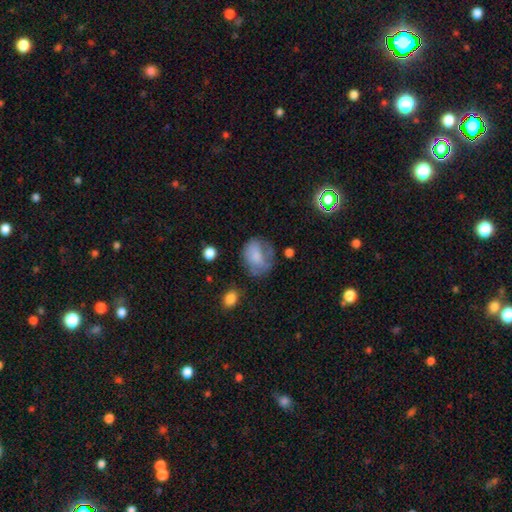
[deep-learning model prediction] Smooth or featured? smooth (67%)
How rounded? in between (58%)
Merging? none (47%)